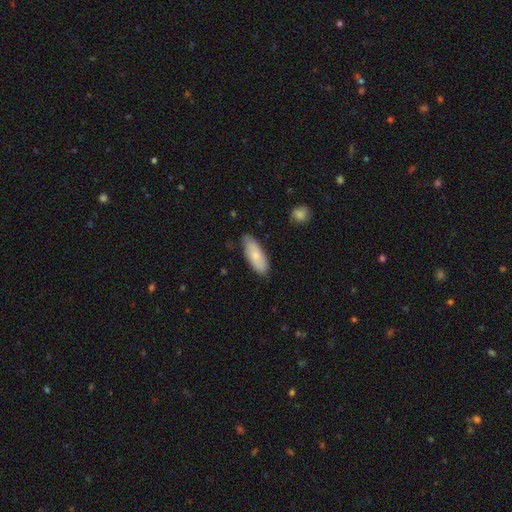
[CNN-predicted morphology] Overall: smooth (78%). How rounded: in between (72%). Merging: none (79%).